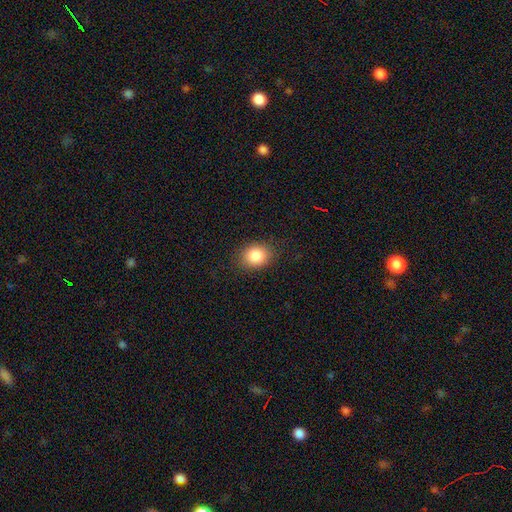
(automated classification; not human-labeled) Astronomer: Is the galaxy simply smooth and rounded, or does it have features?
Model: smooth — 86%.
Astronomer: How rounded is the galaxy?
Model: in between — 54% (runner-up: round, 45%).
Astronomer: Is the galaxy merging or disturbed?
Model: none — 85%.